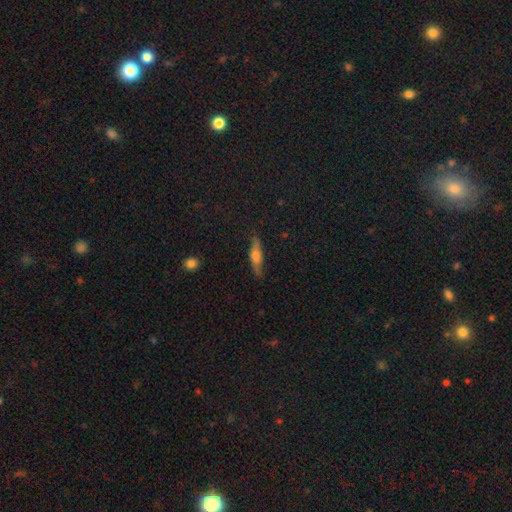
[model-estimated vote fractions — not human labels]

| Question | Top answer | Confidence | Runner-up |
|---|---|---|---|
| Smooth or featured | smooth | 52% | featured or disk (40%) |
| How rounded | cigar-shaped | 64% | in between (33%) |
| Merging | none | 77% | minor disturbance (18%) |